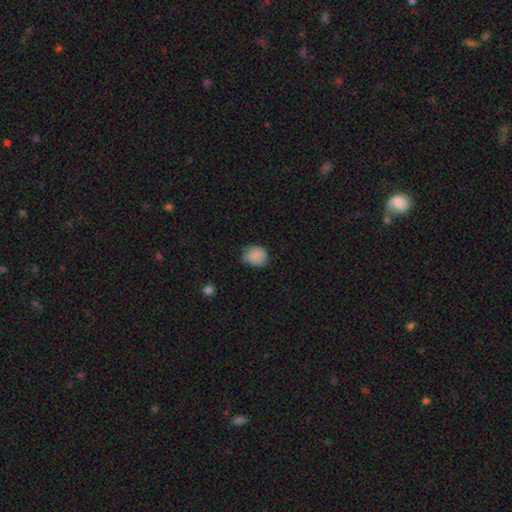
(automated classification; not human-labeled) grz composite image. It shows a smooth galaxy with no disk features (84%) that is round (53%). Merging: none (54%).